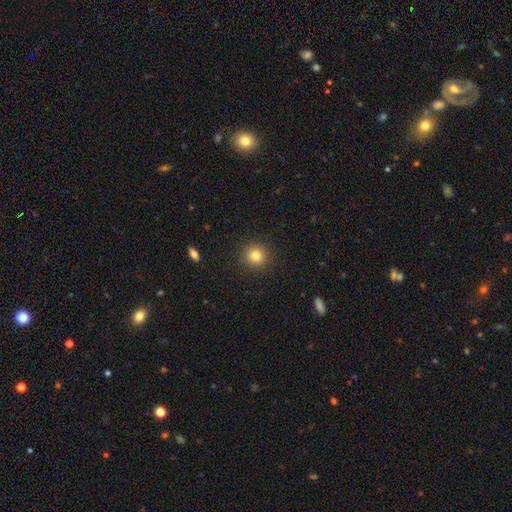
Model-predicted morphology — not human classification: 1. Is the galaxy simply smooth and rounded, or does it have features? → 81% smooth, 12% star or artifact, 6% featured or disk.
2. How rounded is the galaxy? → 94% round, 5% in between, 1% cigar-shaped.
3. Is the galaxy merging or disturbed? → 92% none, 5% minor disturbance, 2% major disturbance, 1% merger.